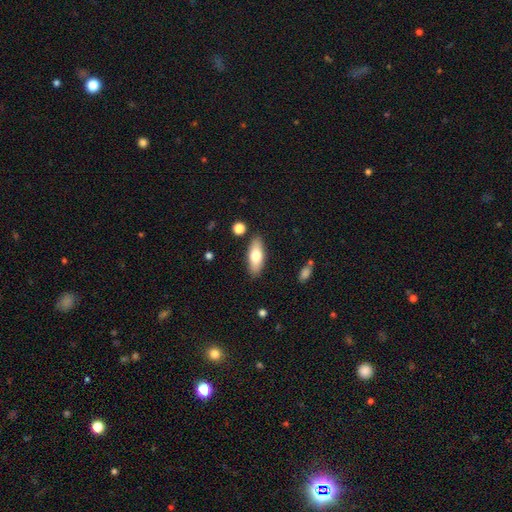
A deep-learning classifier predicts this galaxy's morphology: A smooth galaxy with no disk features (71%) that is in between round and cigar-shaped (73%). Merging: none (86%).